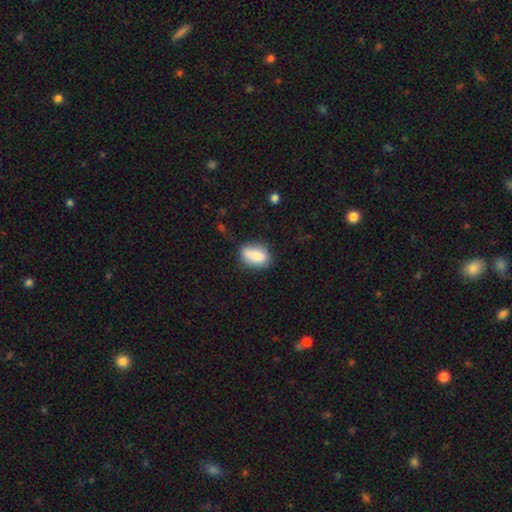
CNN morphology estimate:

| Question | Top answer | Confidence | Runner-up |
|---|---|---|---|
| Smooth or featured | smooth | 83% | featured or disk (9%) |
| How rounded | in between | 84% | round (11%) |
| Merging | none | 68% | minor disturbance (23%) |